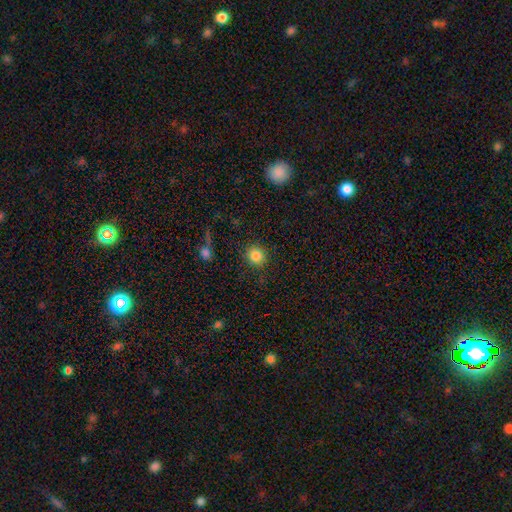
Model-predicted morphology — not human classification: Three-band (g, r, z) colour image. It shows a smooth galaxy with no disk features (85%) that is round (90%). Merging: none (87%).